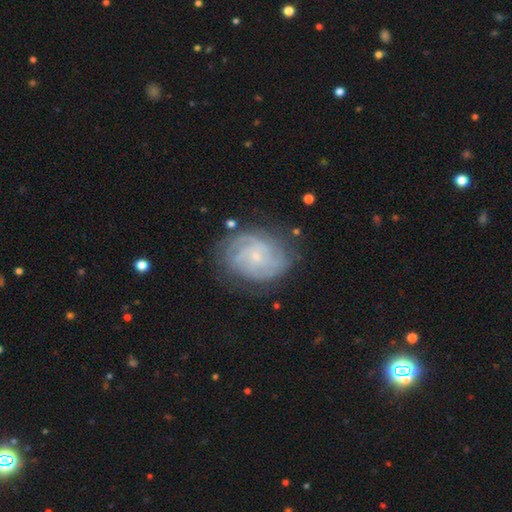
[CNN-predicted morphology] This appears to be a featured or disk galaxy (80%) with no bar (70%), tight (68%) spiral arms (95%) and a small central bulge (80%). Merging: none (76%).